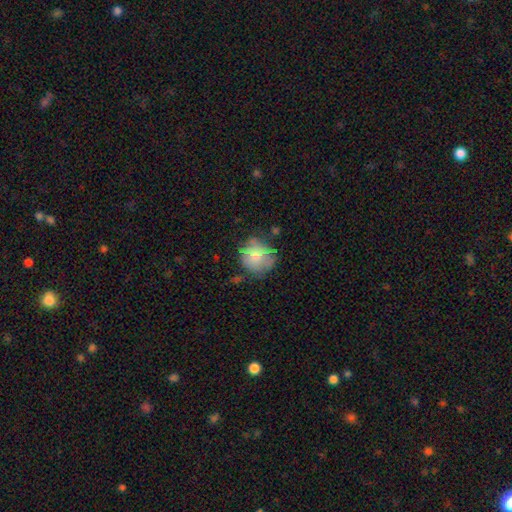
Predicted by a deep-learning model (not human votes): Smooth or featured?
  - smooth: 69% *
  - featured or disk: 22%
  - star or artifact: 9%
How rounded?
  - round: 84% *
  - in between: 15%
  - cigar-shaped: 1%
Merging?
  - none: 60% *
  - minor disturbance: 26%
  - major disturbance: 10%
  - merger: 3%